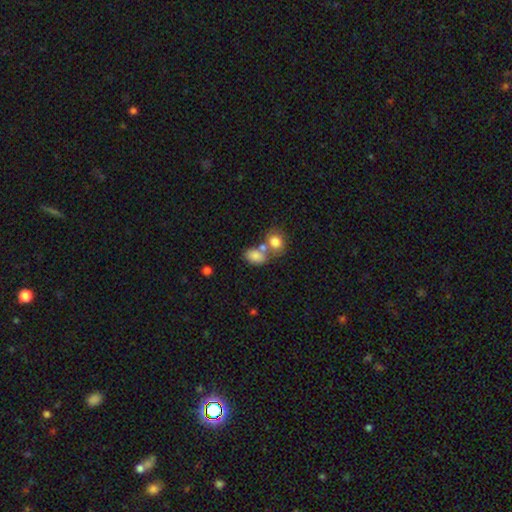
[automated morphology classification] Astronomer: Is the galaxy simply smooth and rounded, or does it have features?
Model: smooth — 81%.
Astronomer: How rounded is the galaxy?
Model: in between — 77%.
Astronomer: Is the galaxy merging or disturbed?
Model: merger — 46% (runner-up: none, 37%).